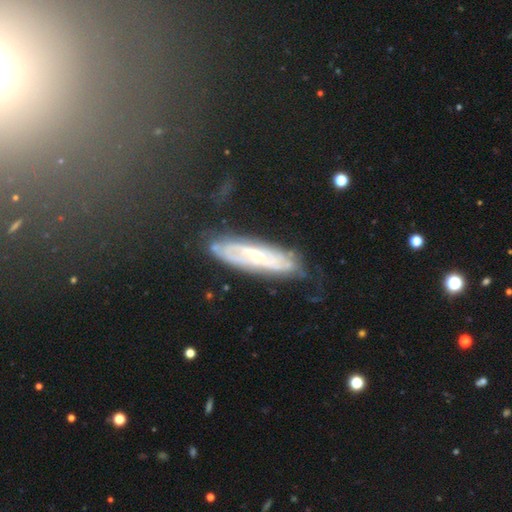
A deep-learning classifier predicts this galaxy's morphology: Q: Smooth or featured?
A: featured or disk (75%); runner-up: smooth (17%)
Q: Edge-on disk?
A: no (72%); runner-up: yes (28%)
Q: Bar?
A: no (55%); runner-up: weak (34%)
Q: Spiral arms?
A: yes (85%); runner-up: no (15%)
Q: Bulge size?
A: small (53%); runner-up: moderate (40%)
Q: Merging?
A: none (71%); runner-up: minor disturbance (20%)